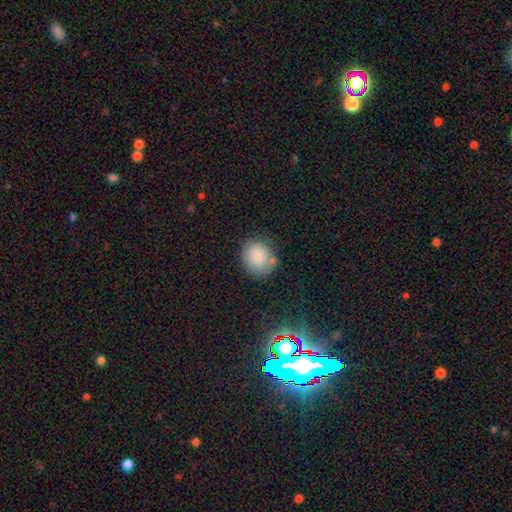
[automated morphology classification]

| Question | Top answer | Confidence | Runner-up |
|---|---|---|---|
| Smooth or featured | smooth | 82% | star or artifact (12%) |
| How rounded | round | 75% | in between (24%) |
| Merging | none | 74% | minor disturbance (15%) |